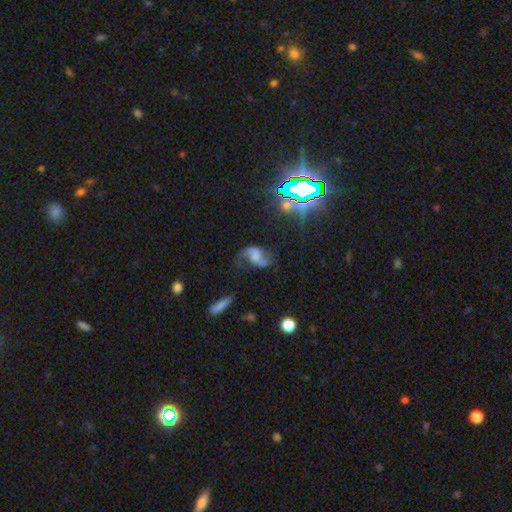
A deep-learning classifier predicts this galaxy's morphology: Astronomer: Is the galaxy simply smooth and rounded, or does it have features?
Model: featured or disk — 72%.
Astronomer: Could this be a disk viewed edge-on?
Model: no — 97%.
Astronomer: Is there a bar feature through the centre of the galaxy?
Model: no — 56% (runner-up: weak, 33%).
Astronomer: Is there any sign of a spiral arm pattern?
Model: yes — 91%.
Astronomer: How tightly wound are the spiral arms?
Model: loose — 66%.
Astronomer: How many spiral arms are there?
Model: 2 — 87%.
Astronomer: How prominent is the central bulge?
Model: none — 41% (runner-up: small, 24%).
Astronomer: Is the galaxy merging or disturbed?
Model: none — 49%.